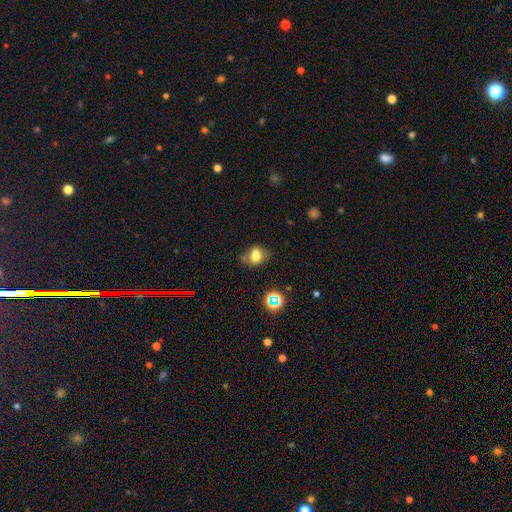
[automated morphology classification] A smooth galaxy with no disk features (73%) that is in between round and cigar-shaped (57%). Merging: none (62%).